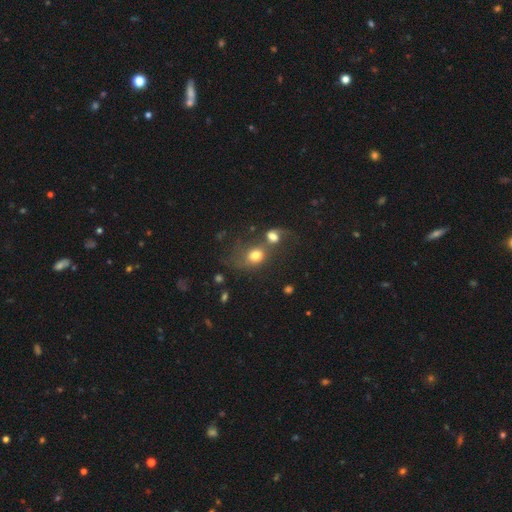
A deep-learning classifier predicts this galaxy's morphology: smooth_or_featured: smooth (p=0.70) [alt: featured or disk p=0.17]
how_rounded: round (p=0.59) [alt: in between p=0.40]
merging: merger (p=0.59) [alt: none p=0.19]